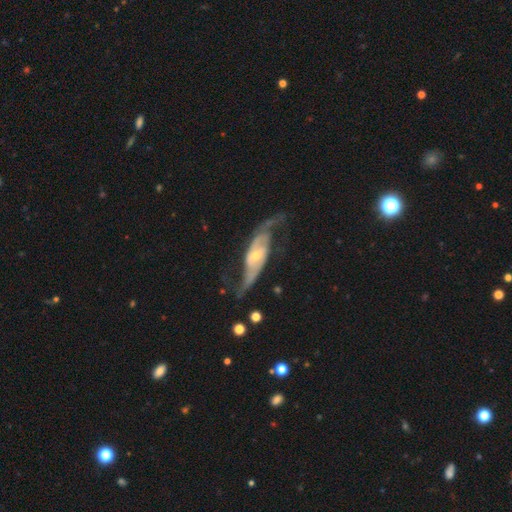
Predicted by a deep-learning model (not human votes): Overall: featured or disk (87%). Edge-on disk: no (88%). Bar: weak (40%; no 37%). Spiral arms: yes (94%). Spiral arm count: 2 (89%). Spiral winding: loose (50%; medium 36%). Bulge size: small (55%; moderate 39%). Merging: none (64%).